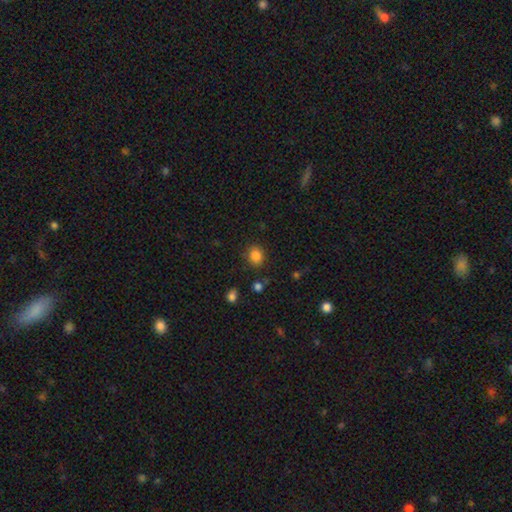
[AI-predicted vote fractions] Smooth or featured? smooth (85%)
How rounded? round (61%)
Merging? none (83%)